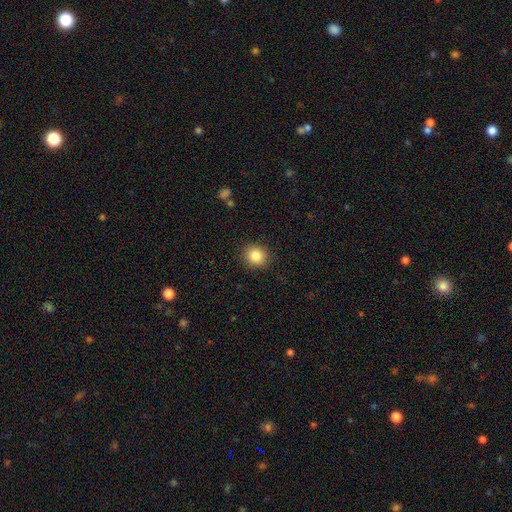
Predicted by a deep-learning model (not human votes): This appears to be a smooth galaxy with no disk features (85%) that is round (84%). Merging: none (90%).